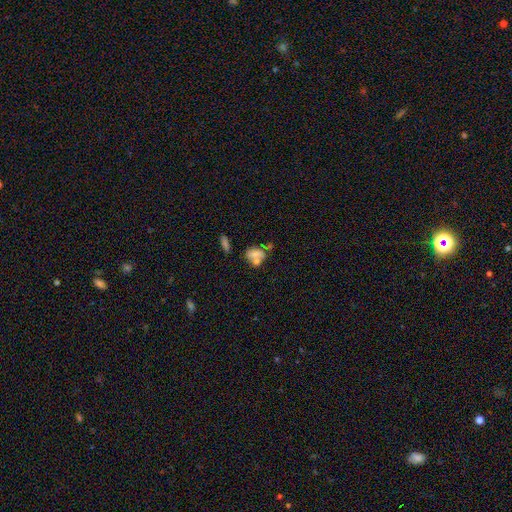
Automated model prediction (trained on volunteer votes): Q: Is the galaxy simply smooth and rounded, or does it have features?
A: smooth — 63%.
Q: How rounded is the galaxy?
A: in between — 69%.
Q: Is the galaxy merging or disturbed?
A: merger — 38%.